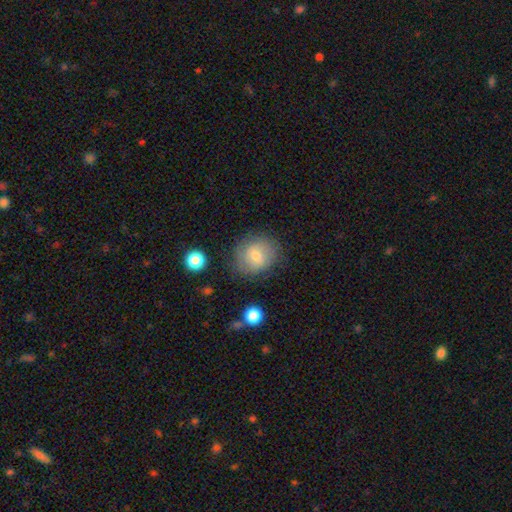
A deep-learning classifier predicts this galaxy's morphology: This appears to be a smooth galaxy with no disk features (69%) that is round (78%). Merging: none (75%).